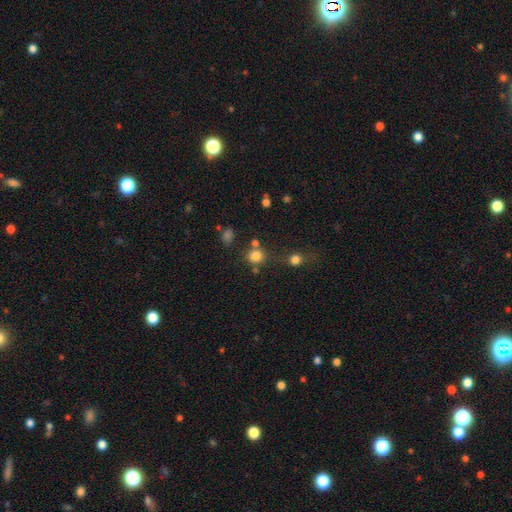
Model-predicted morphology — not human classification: This is likely a smooth galaxy (79%). How rounded: clearly round (84%). Merging: likely none (66%).